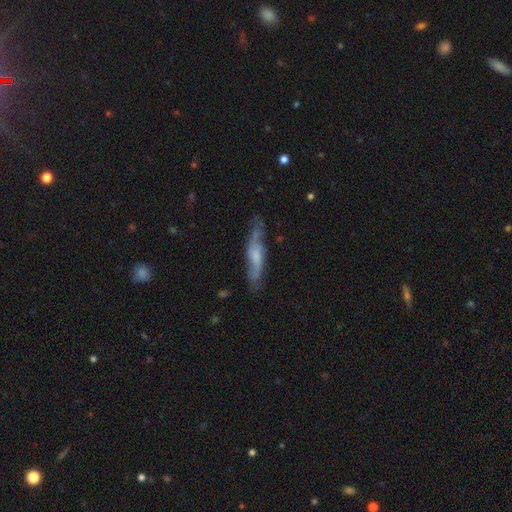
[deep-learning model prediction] This appears to be a featured or disk galaxy (58%) viewed edge-on (57%). Merging: none (70%).